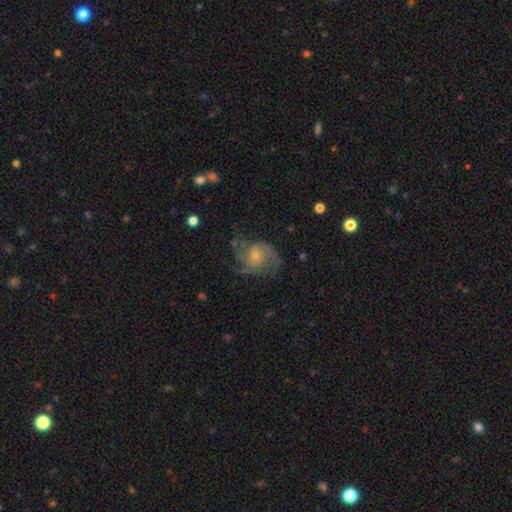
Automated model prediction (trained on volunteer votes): A featured or disk galaxy (81%) with no bar (69%), 3 (32%) medium (51%) spiral arms (94%) and a small central bulge (66%).

Vote fractions:
- Smooth or featured? featured or disk: 81% / smooth: 11% / star or artifact: 8%
- Edge-on disk? no: 98% / yes: 2%
- Bar? no: 69% / weak: 26% / strong: 4%
- Spiral arms? yes: 94% / no: 6%
- Spiral winding? medium: 51% / tight: 27% / loose: 22%
- Spiral arm count? 3: 32% / 2: 30% / can't tell: 18% / 4: 9% / 1: 6% / more than 4: 5%
- Bulge size? small: 66% / moderate: 28% / none: 3% / large: 2% / dominant: 1%
- Merging? none: 63% / minor disturbance: 20% / major disturbance: 15% / merger: 2%